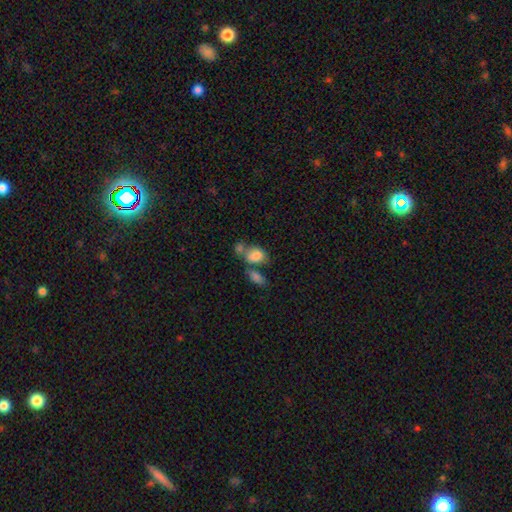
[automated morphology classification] Smooth or featured? smooth (81%)
How rounded? in between (82%)
Merging? merger (46%)